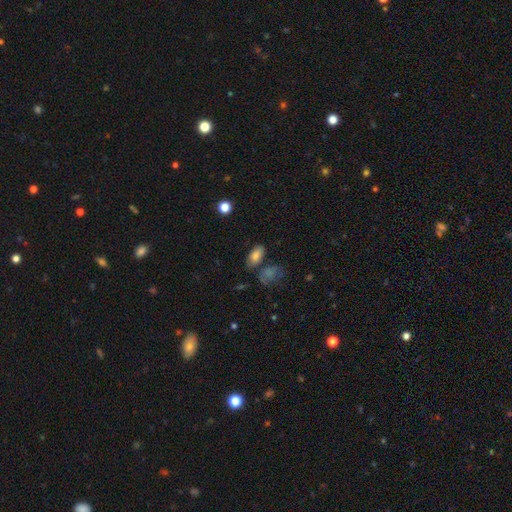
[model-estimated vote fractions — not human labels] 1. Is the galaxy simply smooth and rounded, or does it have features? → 82% smooth, 9% featured or disk, 9% star or artifact.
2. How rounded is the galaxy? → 91% in between, 5% round, 4% cigar-shaped.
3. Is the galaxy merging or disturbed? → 69% none, 16% minor disturbance, 11% merger, 5% major disturbance.